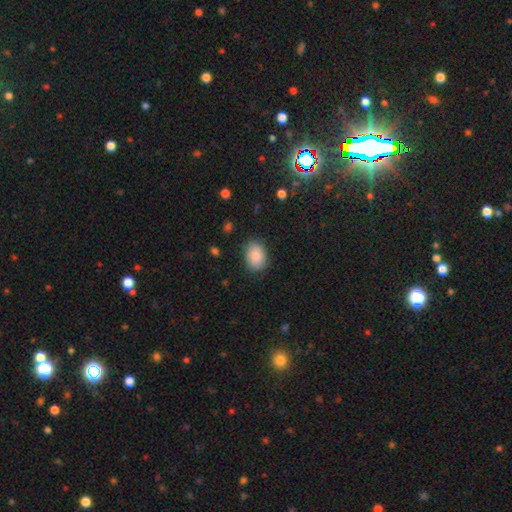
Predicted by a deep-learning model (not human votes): This is clearly a smooth galaxy (88%). How rounded: likely in between (77%). Merging: clearly none (85%).